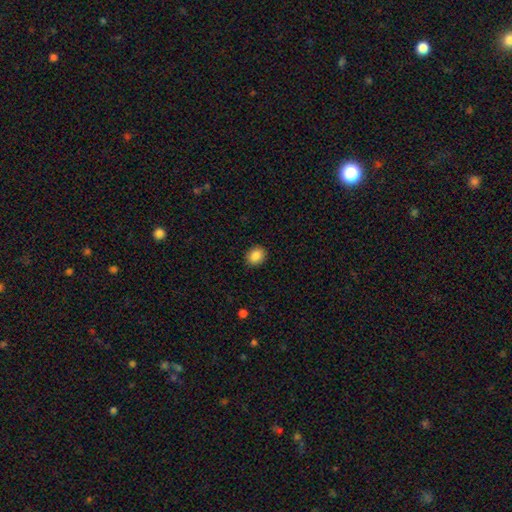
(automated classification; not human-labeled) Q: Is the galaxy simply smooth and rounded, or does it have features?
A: smooth — 87%.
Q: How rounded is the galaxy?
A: round — 57%.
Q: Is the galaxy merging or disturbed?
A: none — 91%.